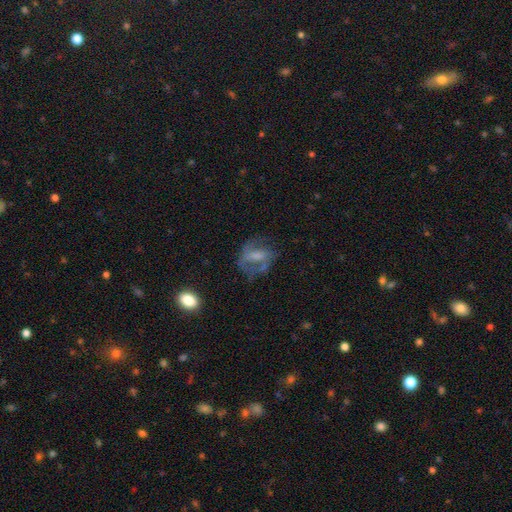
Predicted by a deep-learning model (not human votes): A featured or disk galaxy (58%) with a weak bar (39%), spiral arms (63%) and no central bulge (30%, tied with moderate). Merging: none (49%).